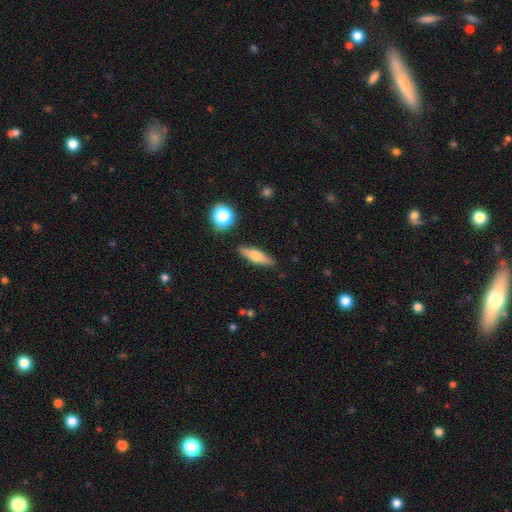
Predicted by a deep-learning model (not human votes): Smooth or featured? smooth (62%)
How rounded? cigar-shaped (62%)
Merging? none (87%)